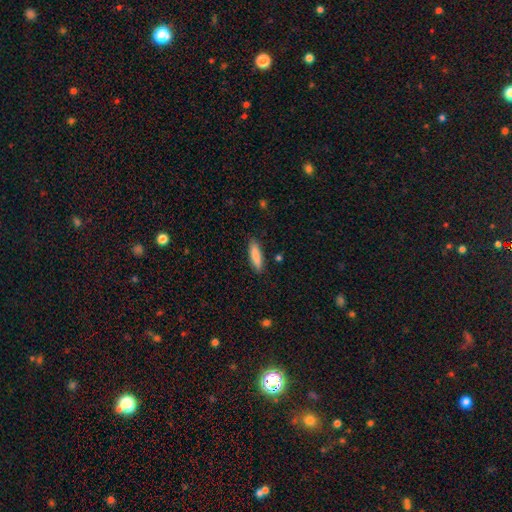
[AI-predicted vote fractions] smooth 84%, featured or disk 10%, star or artifact 6%. Down the decision tree: how rounded — cigar-shaped (67%); merging — none (87%).